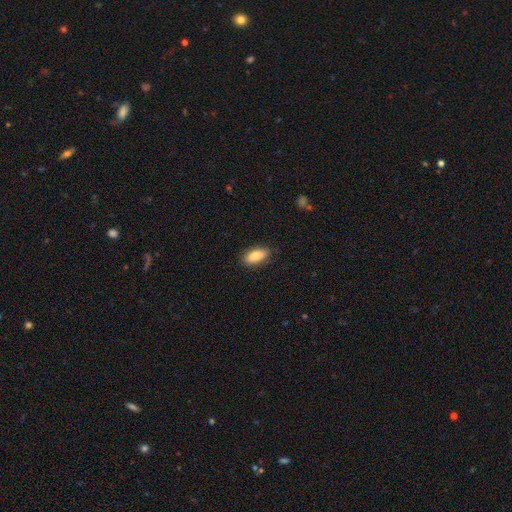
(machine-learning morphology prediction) Smooth or featured: smooth — 83% (featured or disk — 10%)
How rounded: in between — 84% (cigar-shaped — 14%)
Merging: none — 85% (minor disturbance — 12%)